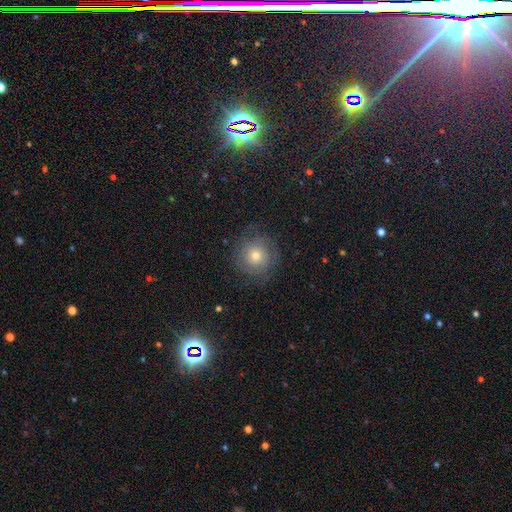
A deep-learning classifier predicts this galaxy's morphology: Smooth or featured? Predicted: smooth (p=0.44). Merging? Predicted: none (p=0.79).